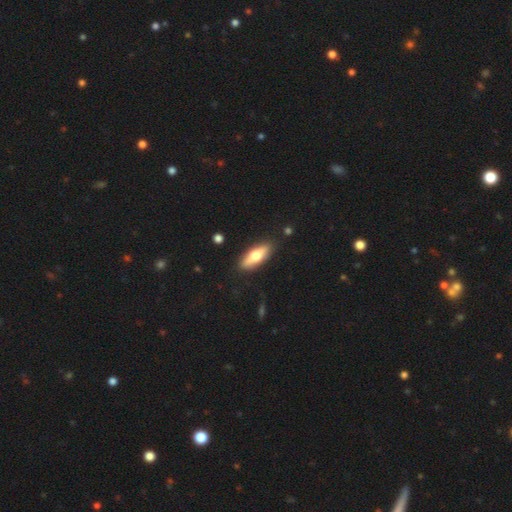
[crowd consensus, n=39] Smooth or featured? 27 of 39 (69%) said smooth. How rounded? 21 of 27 (78%) said in between. Merging? 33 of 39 (85%) said none.